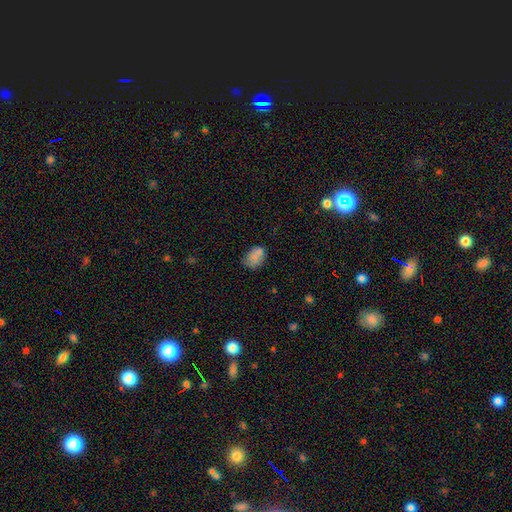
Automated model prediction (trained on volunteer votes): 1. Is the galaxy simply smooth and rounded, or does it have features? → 75% smooth, 15% featured or disk, 11% star or artifact.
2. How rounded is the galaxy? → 77% in between, 21% round, 1% cigar-shaped.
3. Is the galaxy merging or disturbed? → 50% none, 30% minor disturbance, 10% major disturbance, 10% merger.